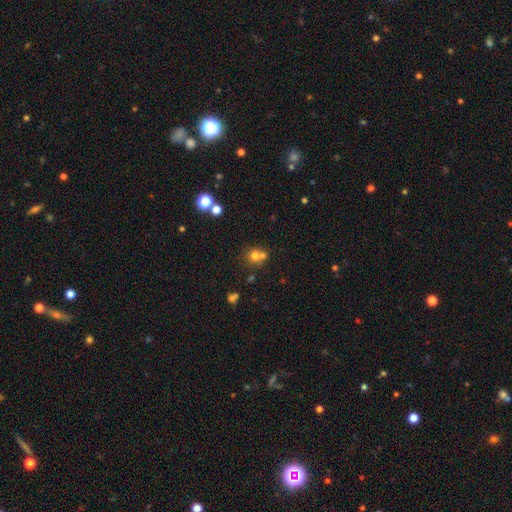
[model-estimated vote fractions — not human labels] Overall: smooth (70%). How rounded: round (81%). Merging: merger (46%; none 43%).